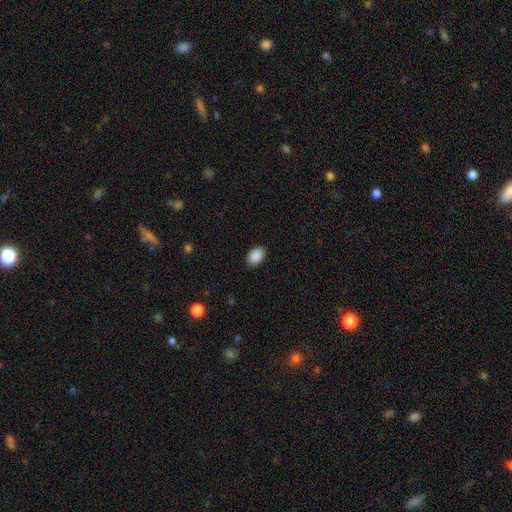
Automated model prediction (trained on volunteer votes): This appears to be a smooth galaxy with no disk features (90%) that is in between round and cigar-shaped (90%). Merging: none (88%).